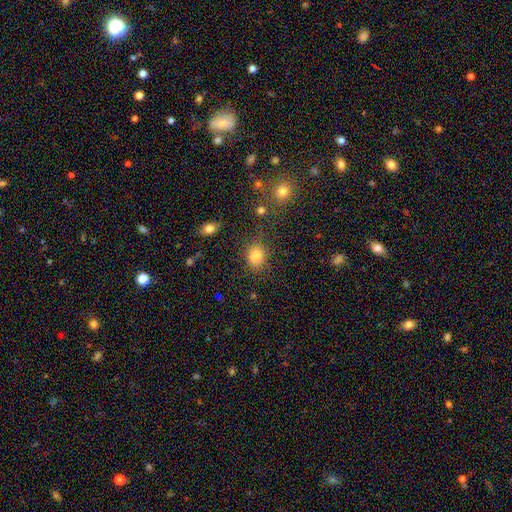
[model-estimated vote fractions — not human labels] Smooth or featured: smooth — 82% (star or artifact — 11%)
How rounded: in between — 59% (round — 40%)
Merging: none — 74% (minor disturbance — 16%)